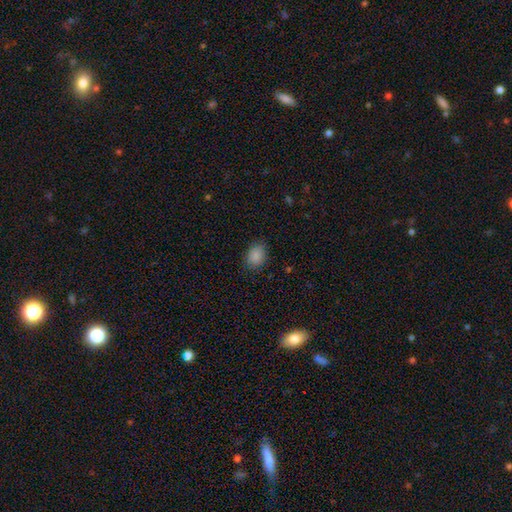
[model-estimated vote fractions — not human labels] This appears to be a smooth galaxy with no disk features (87%) that is in between round and cigar-shaped (62%). Merging: none (82%).